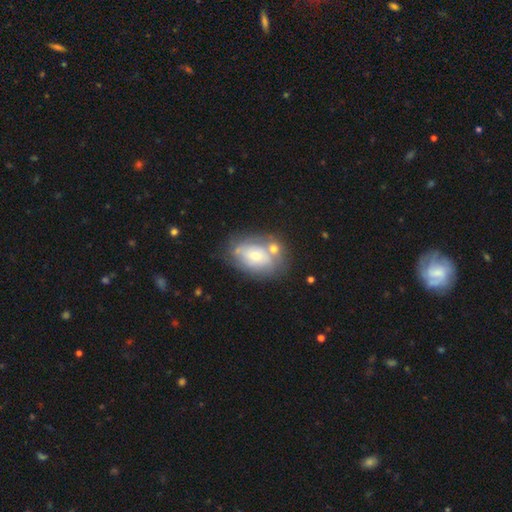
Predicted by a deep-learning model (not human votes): The model was most divided on "smooth or featured": smooth: 51%, featured or disk: 41%, star or artifact: 8%. Remaining: how rounded — in between (81%); merging — none (49%).